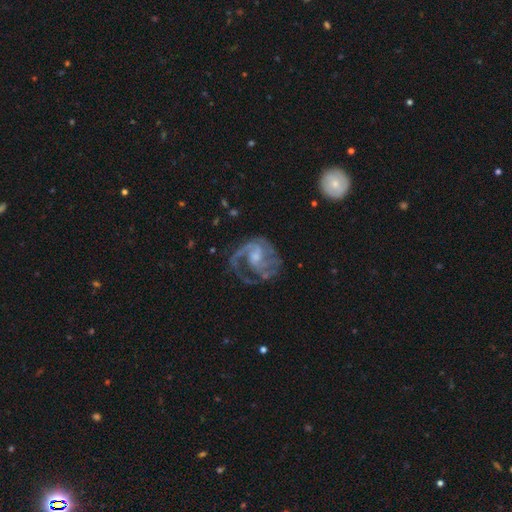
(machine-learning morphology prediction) Smooth or featured? Predicted: featured or disk (p=0.85). Edge-on disk? Predicted: no (p=0.98). Bar? Predicted: no (p=0.49). Spiral arms? Predicted: yes (p=0.94). Spiral winding? Predicted: medium (p=0.47). Spiral arm count? Predicted: 2 (p=0.36). Bulge size? Predicted: small (p=0.41). Merging? Predicted: none (p=0.50).